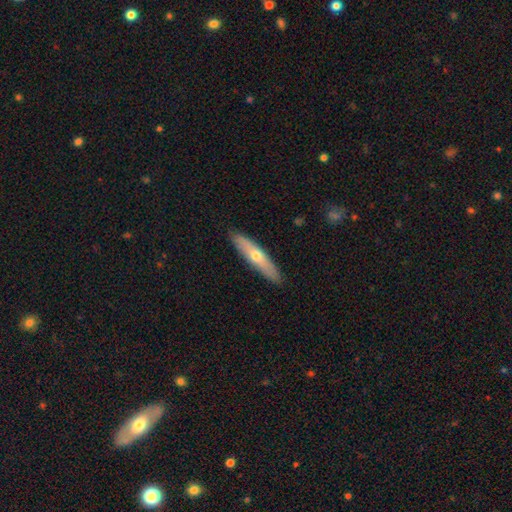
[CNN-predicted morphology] A smooth galaxy with no disk features (51%) that is cigar-shaped (82%). Merging: none (90%).